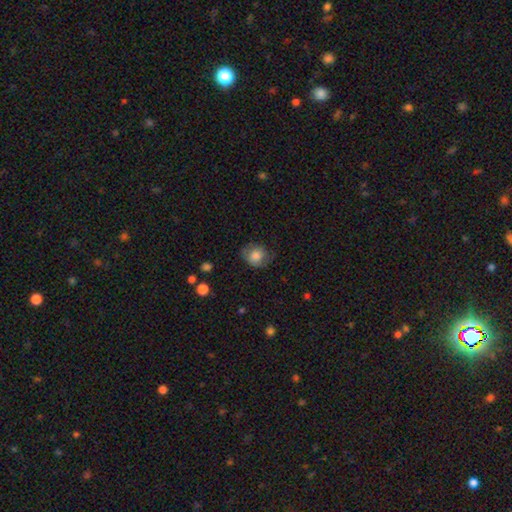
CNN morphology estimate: Q: Smooth or featured?
A: smooth (78%); runner-up: featured or disk (13%)
Q: How rounded?
A: round (70%); runner-up: in between (29%)
Q: Merging?
A: none (63%); runner-up: minor disturbance (26%)